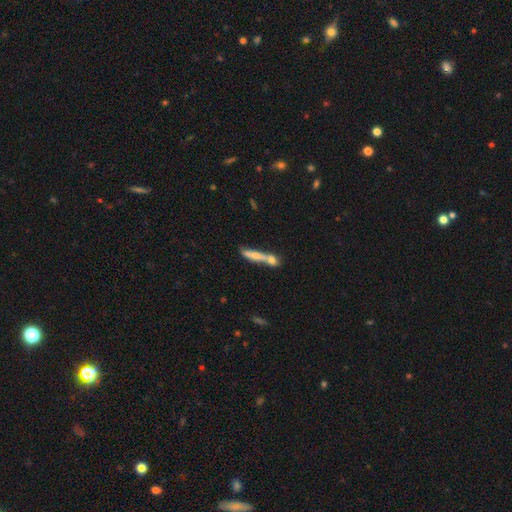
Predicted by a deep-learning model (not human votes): Smooth or featured?
  - smooth: 52% *
  - featured or disk: 39%
  - star or artifact: 8%
How rounded?
  - cigar-shaped: 79% *
  - in between: 16%
  - round: 4%
Merging?
  - merger: 52% *
  - none: 31%
  - minor disturbance: 11%
  - major disturbance: 6%